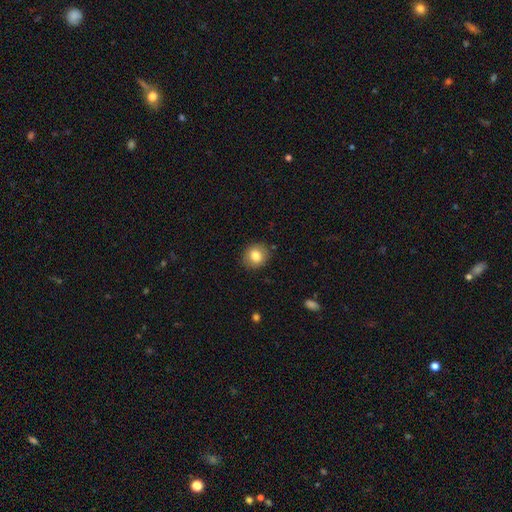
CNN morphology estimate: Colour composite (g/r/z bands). It shows a smooth galaxy with no disk features (82%) that is round (77%). Merging: none (86%).